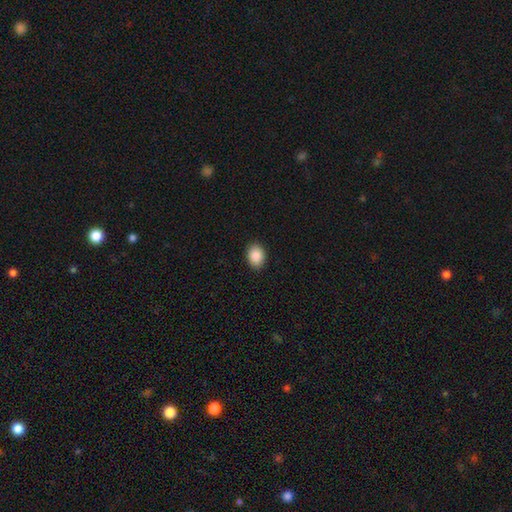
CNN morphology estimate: This is clearly a smooth galaxy (89%). How rounded: likely in between (74%). Merging: clearly none (90%).